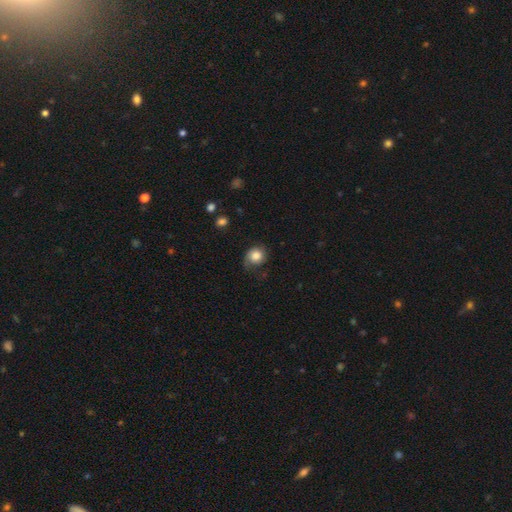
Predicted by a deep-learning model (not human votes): A smooth galaxy with no disk features (73%) that is round (76%).

Vote fractions:
- Smooth or featured? smooth: 73% / featured or disk: 18% / star or artifact: 8%
- How rounded? round: 76% / in between: 23% / cigar-shaped: 1%
- Merging? none: 55% / minor disturbance: 29% / major disturbance: 15% / merger: 2%